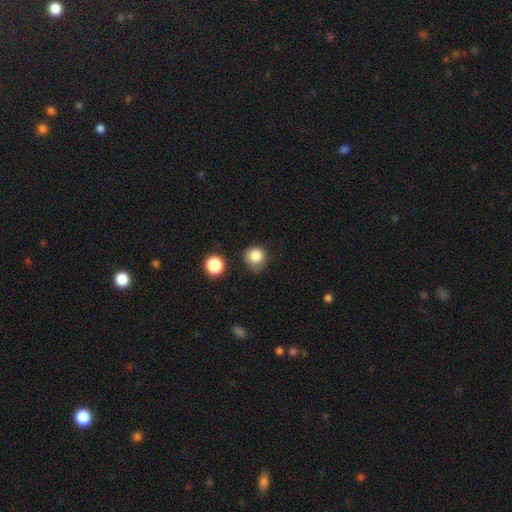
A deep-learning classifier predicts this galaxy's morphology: Overall: smooth (84%). How rounded: round (90%). Merging: none (70%).